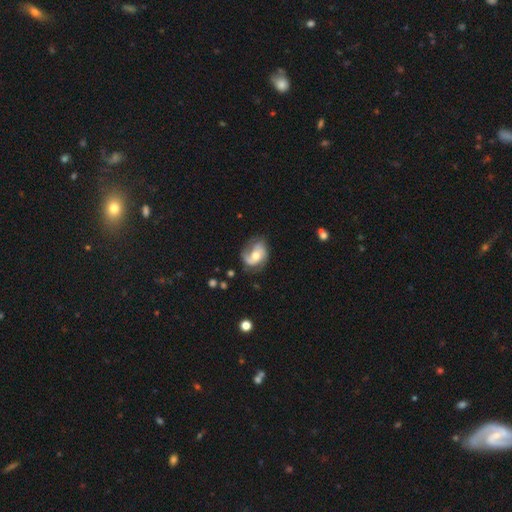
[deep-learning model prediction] smooth-or-featured: featured or disk: 73% | smooth: 20% | star or artifact: 6%
  disk-edge-on: no: 97% | yes: 3%
    bar: no: 59% | weak: 32% | strong: 9%
    has-spiral-arms: yes: 90% | no: 10%
      spiral-winding: medium: 42% | loose: 31% | tight: 27%
      spiral-arm-count: 2: 59% | 1: 20% | can't tell: 12% | 3: 6% | 4: 2% | more than 4: 1%
    bulge-size: moderate: 69% | small: 21% | large: 8% | none: 1% | dominant: 1%
  merging: none: 59% | minor disturbance: 25% | major disturbance: 14% | merger: 2%